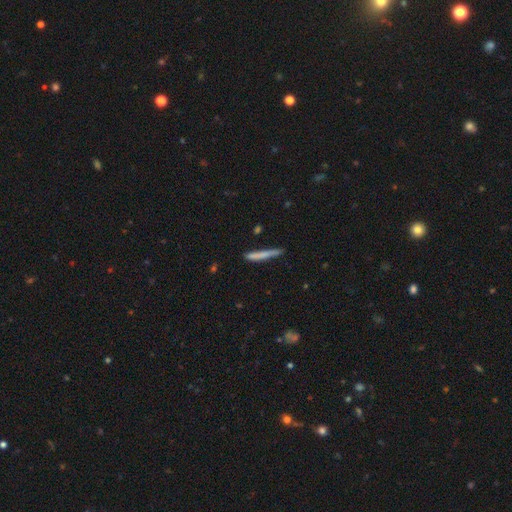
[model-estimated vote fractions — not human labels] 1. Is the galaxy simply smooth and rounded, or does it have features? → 70% smooth, 23% featured or disk, 6% star or artifact.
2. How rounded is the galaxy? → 96% cigar-shaped, 3% in between, 1% round.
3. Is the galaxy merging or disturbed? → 84% none, 12% minor disturbance, 2% major disturbance, 2% merger.